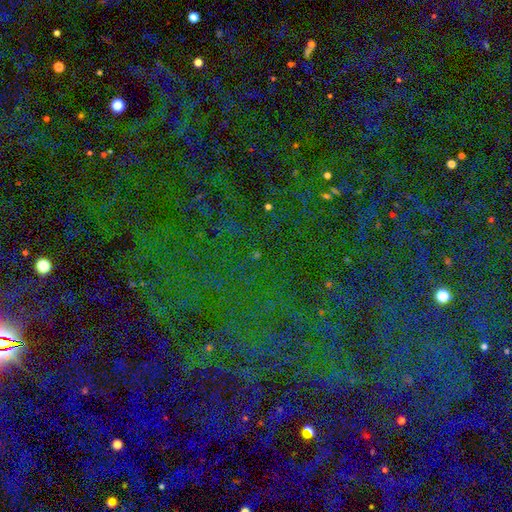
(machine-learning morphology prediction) Q: Smooth or featured?
A: star or artifact (79%); runner-up: smooth (13%)